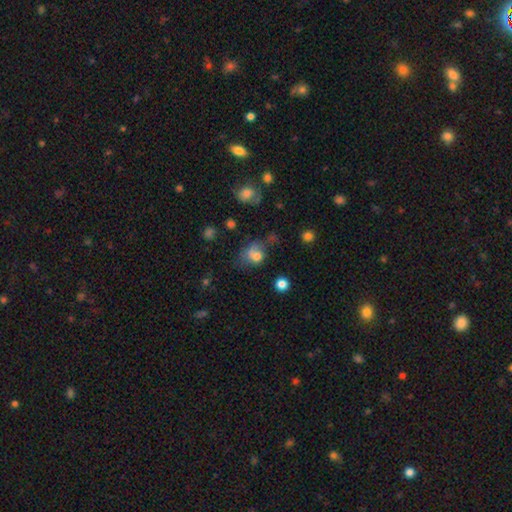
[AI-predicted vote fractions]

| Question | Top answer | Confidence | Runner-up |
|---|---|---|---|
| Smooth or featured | smooth | 69% | featured or disk (16%) |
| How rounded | round | 56% | in between (43%) |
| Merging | none | 37% | minor disturbance (26%) |